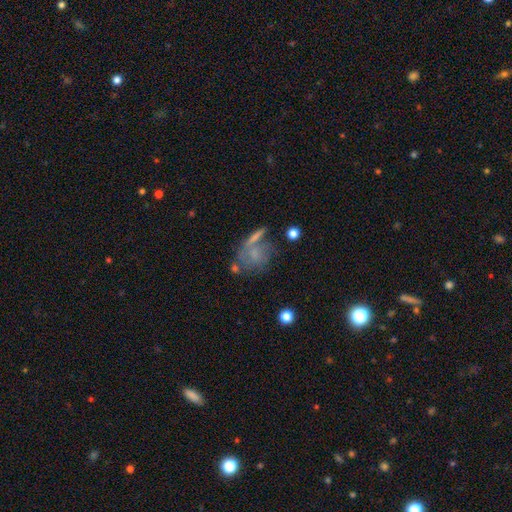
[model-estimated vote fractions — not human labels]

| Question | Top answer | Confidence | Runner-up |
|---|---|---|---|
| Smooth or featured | smooth | 45% | featured or disk (41%) |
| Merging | none | 39% | major disturbance (22%) |